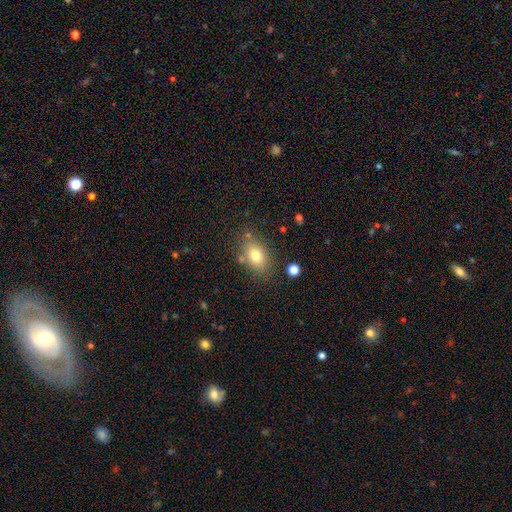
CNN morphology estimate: smooth_or_featured: smooth (p=0.77) [alt: featured or disk p=0.12]
how_rounded: in between (p=0.77) [alt: round p=0.21]
merging: none (p=0.76) [alt: minor disturbance p=0.14]